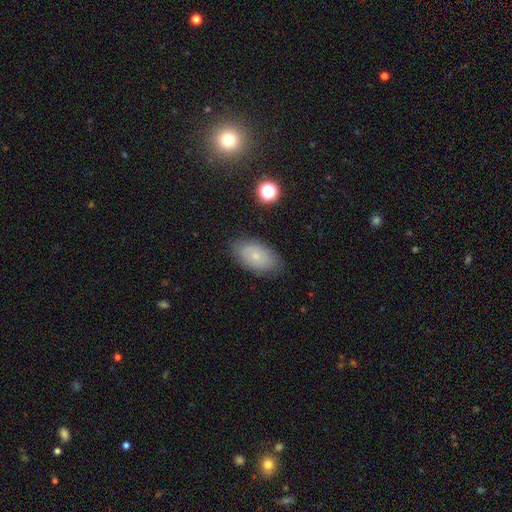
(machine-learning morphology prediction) smooth-or-featured: smooth: 69% | featured or disk: 22% | star or artifact: 9%
  how-rounded: in between: 93% | round: 5% | cigar-shaped: 2%
  merging: none: 82% | minor disturbance: 13% | major disturbance: 3% | merger: 1%